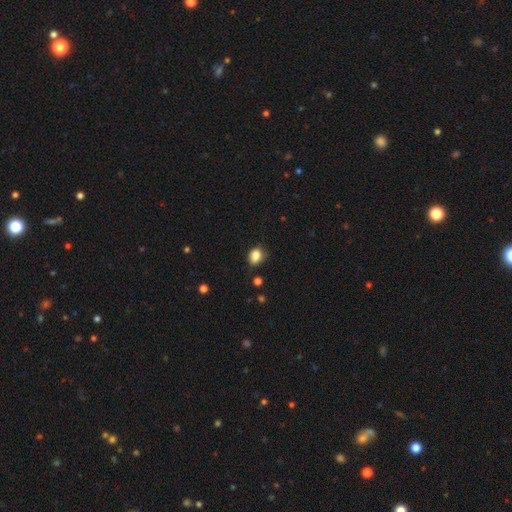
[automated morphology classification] This appears to be a smooth galaxy with no disk features (85%) that is in between round and cigar-shaped (59%). Merging: none (71%).